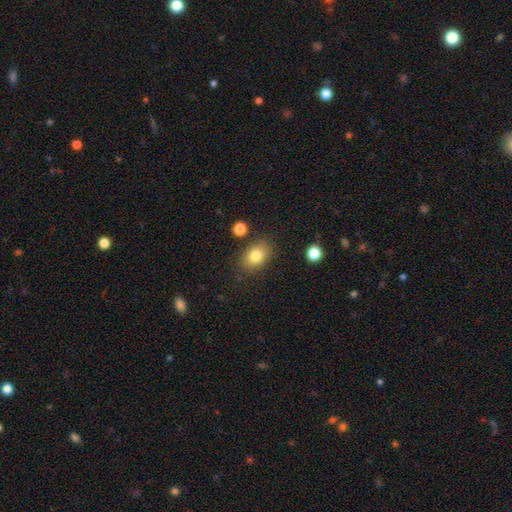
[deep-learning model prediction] This is clearly a smooth galaxy (81%). How rounded: likely in between (76%). Merging: clearly none (82%).